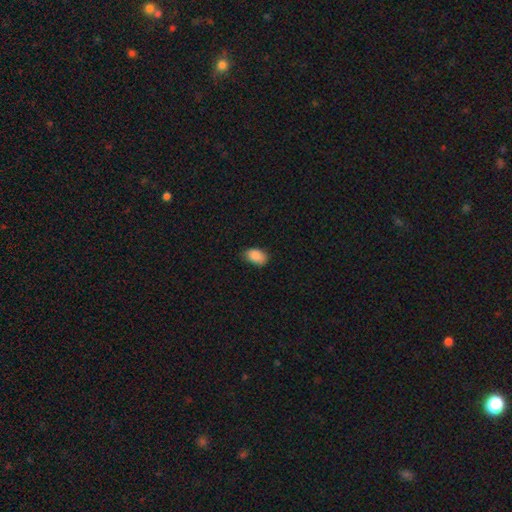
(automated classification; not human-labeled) Overall: smooth (89%). How rounded: in between (89%). Merging: none (77%).